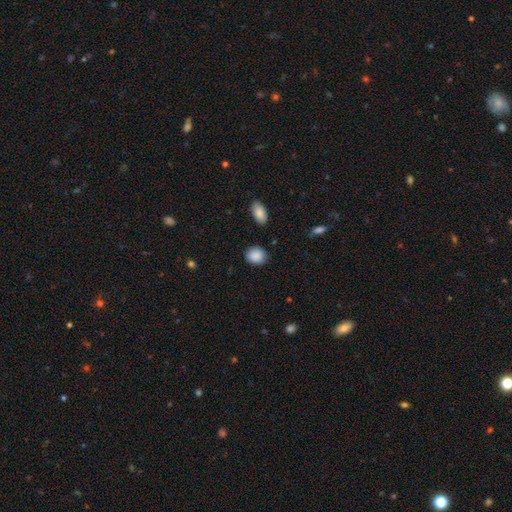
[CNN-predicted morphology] Smooth or featured?
  - smooth: 90% *
  - star or artifact: 7%
  - featured or disk: 3%
How rounded?
  - round: 60% *
  - in between: 39%
  - cigar-shaped: 1%
Merging?
  - none: 86% *
  - minor disturbance: 9%
  - major disturbance: 3%
  - merger: 2%